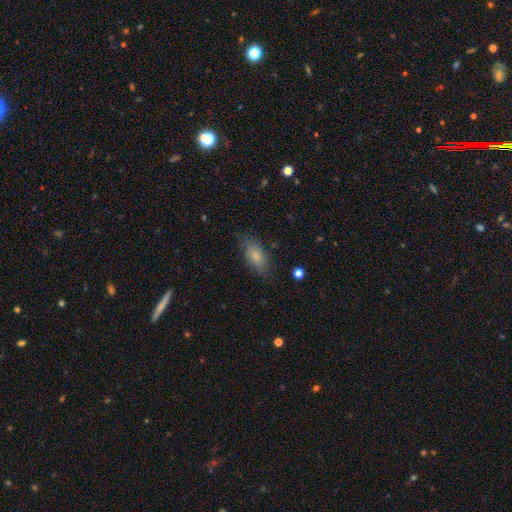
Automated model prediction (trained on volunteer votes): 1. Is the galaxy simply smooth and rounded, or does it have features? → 77% smooth, 16% featured or disk, 8% star or artifact.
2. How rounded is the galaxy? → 86% in between, 10% cigar-shaped, 4% round.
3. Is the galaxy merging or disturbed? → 73% none, 20% minor disturbance, 6% major disturbance, 2% merger.